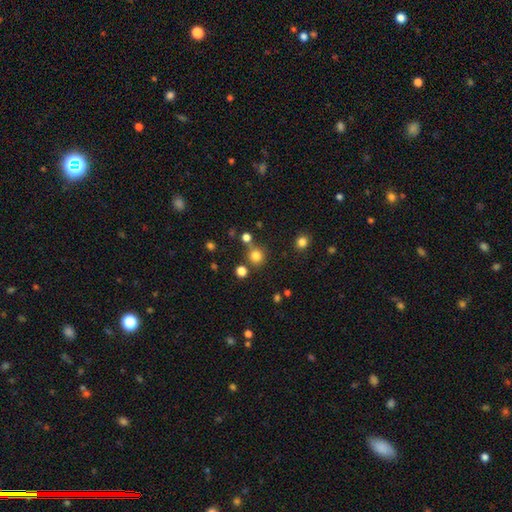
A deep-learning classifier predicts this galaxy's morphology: type=smooth (79%); roundness=round (92%); merging=none (74%).